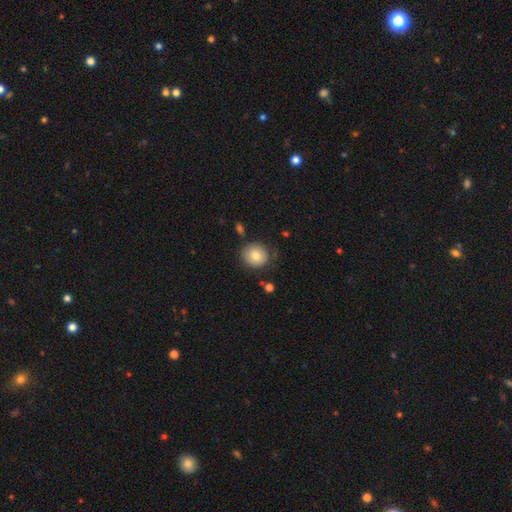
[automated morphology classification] smooth 80%, featured or disk 11%, star or artifact 9%. Down the decision tree: how rounded — round (89%); merging — none (81%).